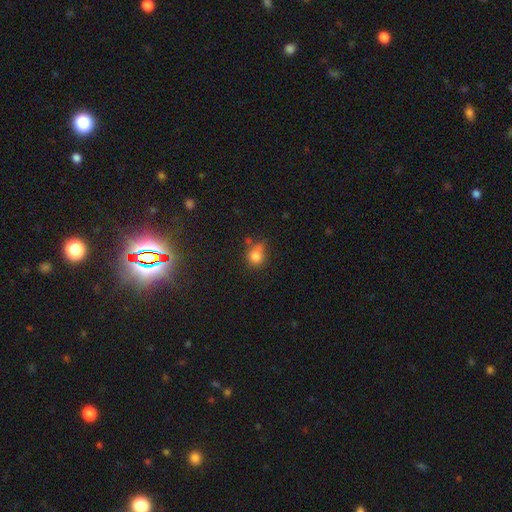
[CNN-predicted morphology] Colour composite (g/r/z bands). It shows a smooth galaxy with no disk features (79%) that is round (77%). Merging: none (50%).